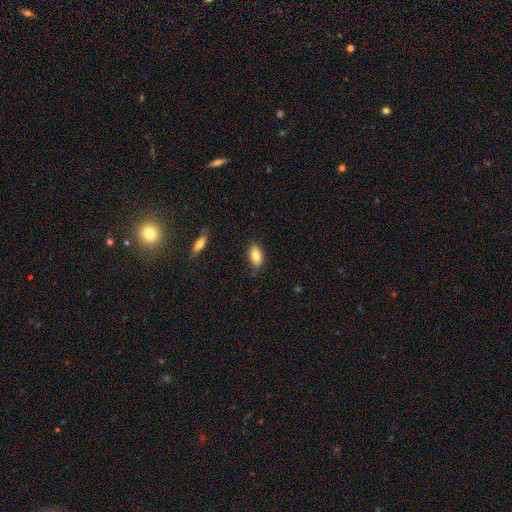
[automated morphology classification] Smooth or featured? Predicted: smooth (p=0.82). How rounded? Predicted: in between (p=0.91). Merging? Predicted: none (p=0.84).